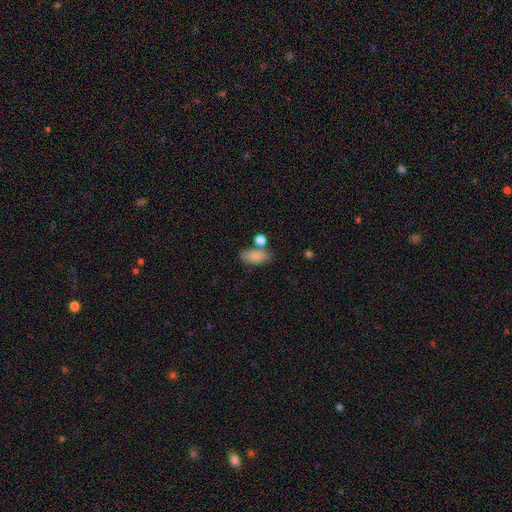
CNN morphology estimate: Overall: smooth (85%). How rounded: in between (90%). Merging: none (61%).